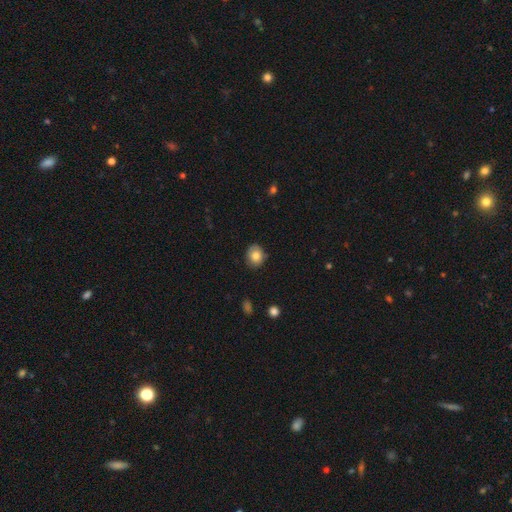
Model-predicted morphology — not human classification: smooth-or-featured: smooth: 80% | featured or disk: 11% | star or artifact: 8%
  how-rounded: round: 58% | in between: 41% | cigar-shaped: 1%
  merging: none: 81% | minor disturbance: 15% | major disturbance: 3% | merger: 1%